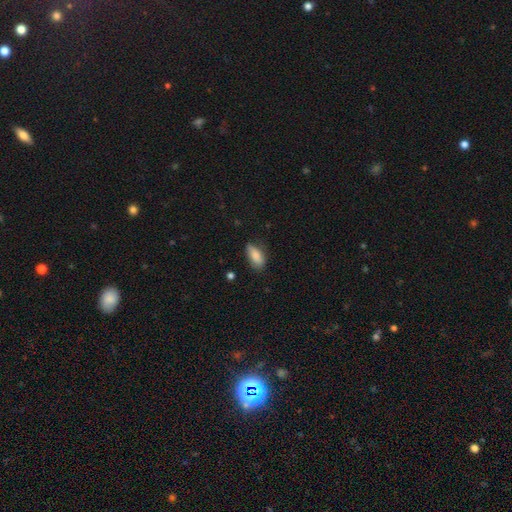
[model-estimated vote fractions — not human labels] The model was most divided on "merging": none: 67%, minor disturbance: 26%, major disturbance: 5%, merger: 2%. More confident: smooth or featured — smooth (85%); how rounded — in between (82%).